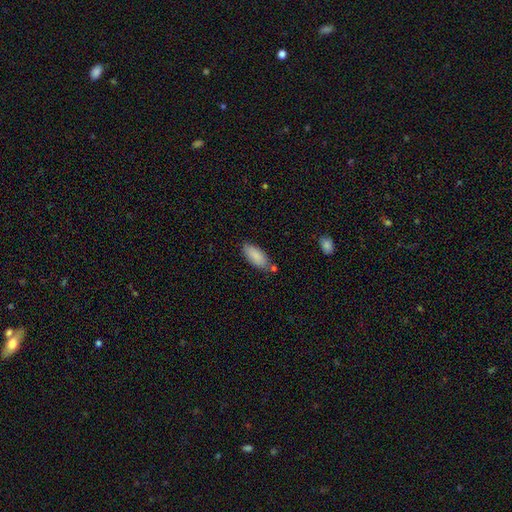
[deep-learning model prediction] Smooth or featured? smooth (87%)
How rounded? in between (83%)
Merging? none (68%)